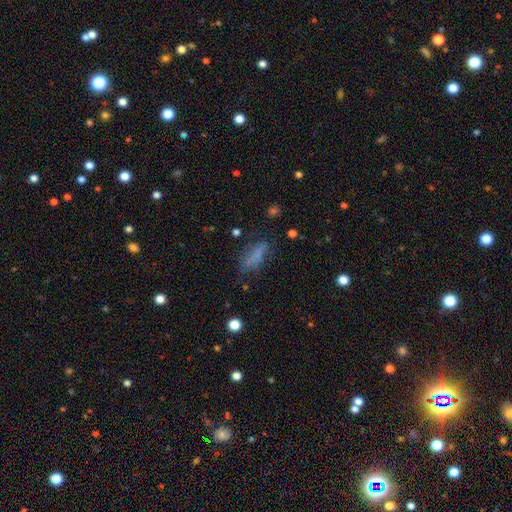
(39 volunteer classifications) smooth-or-featured: smooth: 72% | featured or disk: 21% | star or artifact: 8%
  how-rounded: in between: 54% | cigar-shaped: 46% | round: 0%
  merging: none: 58% | minor disturbance: 19% | major disturbance: 19% | merger: 3%